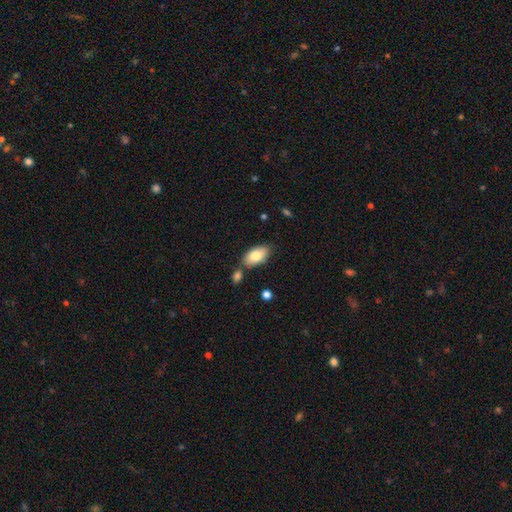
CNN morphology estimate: smooth-or-featured: smooth: 81% | featured or disk: 12% | star or artifact: 6%
  how-rounded: in between: 93% | cigar-shaped: 4% | round: 3%
  merging: none: 71% | minor disturbance: 14% | merger: 12% | major disturbance: 3%